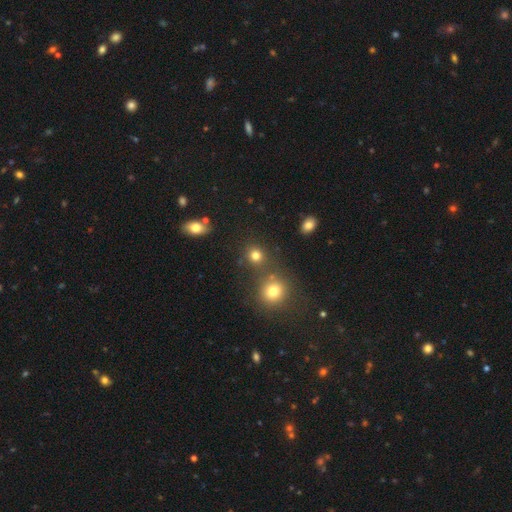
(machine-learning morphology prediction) This appears to be a smooth galaxy with no disk features (78%) that is round (85%). Merging: none (77%).